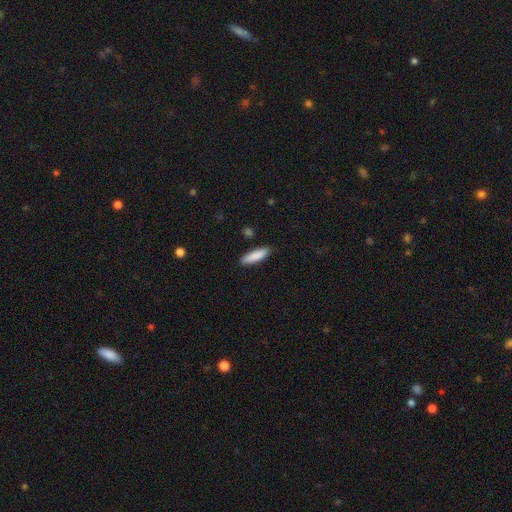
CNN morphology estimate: A smooth galaxy with no disk features (87%) that is cigar-shaped (63%). Merging: none (88%).